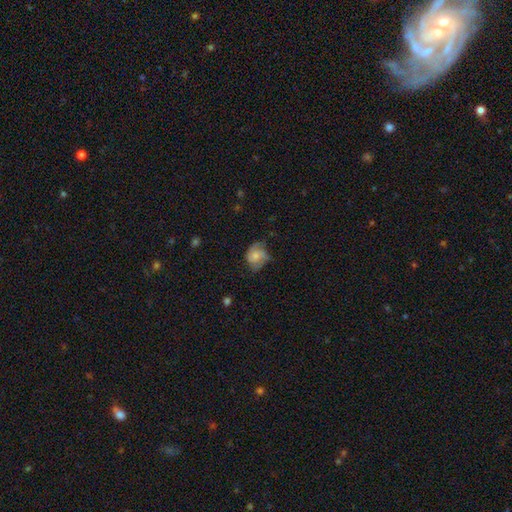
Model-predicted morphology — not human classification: The model was most divided on "smooth or featured": featured or disk: 50%, smooth: 42%, star or artifact: 8%. More confident: edge-on disk — no (97%); merging — none (51%).